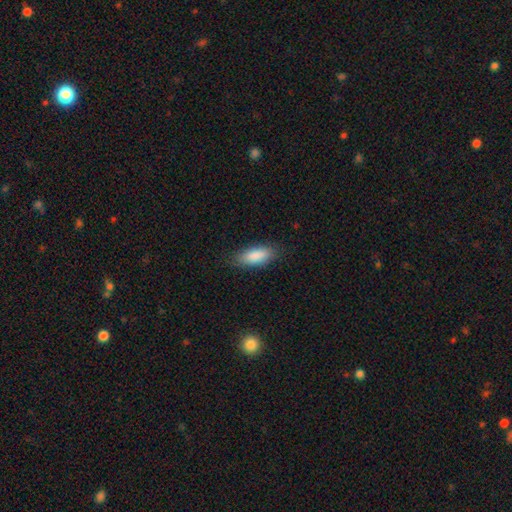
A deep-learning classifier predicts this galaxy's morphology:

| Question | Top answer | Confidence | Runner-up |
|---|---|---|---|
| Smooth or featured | smooth | 88% | featured or disk (6%) |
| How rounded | in between | 78% | cigar-shaped (20%) |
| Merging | none | 82% | minor disturbance (14%) |